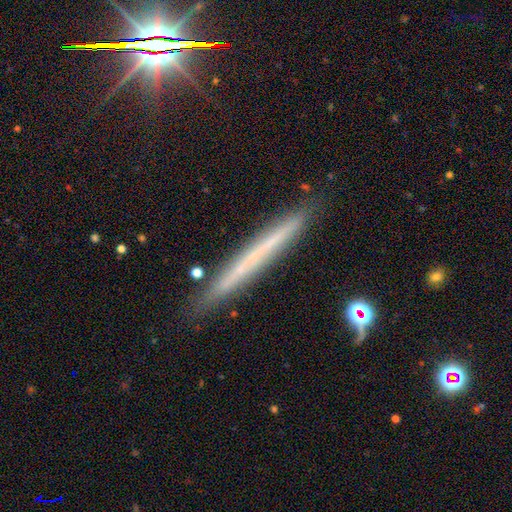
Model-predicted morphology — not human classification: The model was most divided on "smooth or featured": featured or disk: 47%, smooth: 42%, star or artifact: 11%. More confident: merging — none (88%).